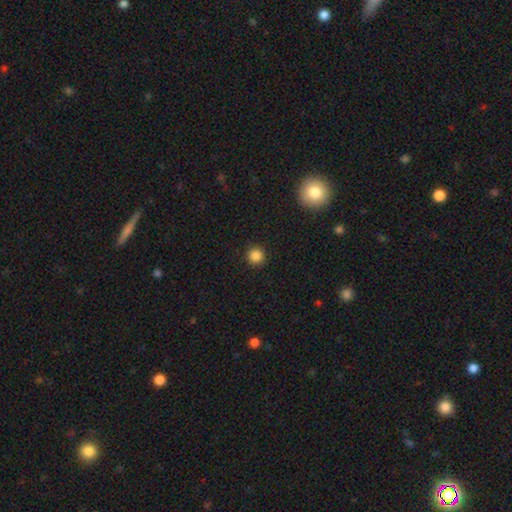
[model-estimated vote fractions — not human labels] smooth_or_featured: smooth (p=0.85) [alt: star or artifact p=0.12]
how_rounded: round (p=0.95) [alt: in between p=0.04]
merging: none (p=0.91) [alt: minor disturbance p=0.06]